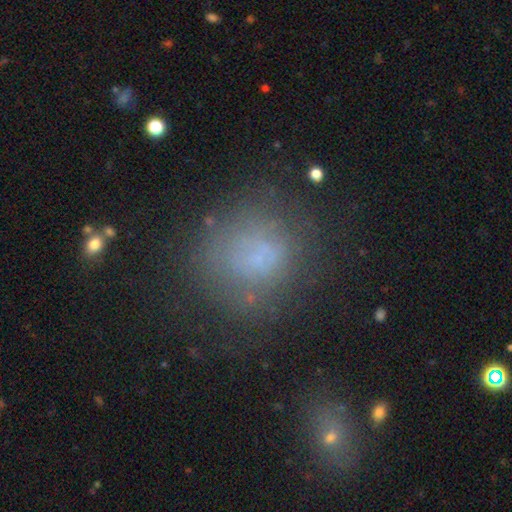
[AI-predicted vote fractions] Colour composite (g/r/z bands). It shows a smooth galaxy with no disk features (60%) that is round (78%). Merging: none (64%).